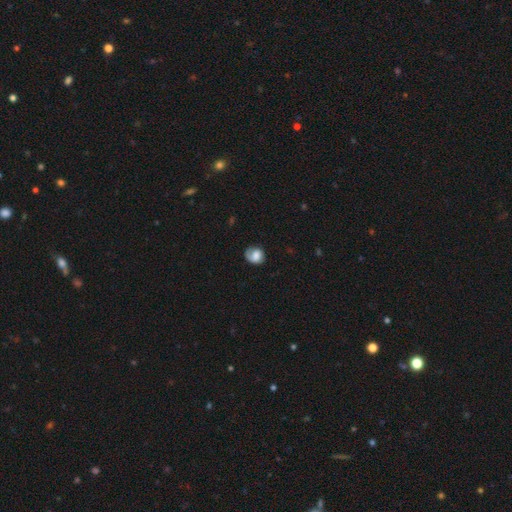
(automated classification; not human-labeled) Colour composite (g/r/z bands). It shows a smooth galaxy with no disk features (58%) that is round (65%). Merging: none (56%).